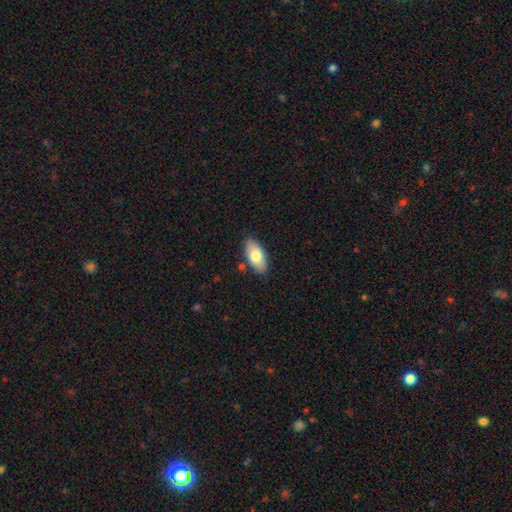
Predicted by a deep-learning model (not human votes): smooth-or-featured: smooth: 78% | featured or disk: 16% | star or artifact: 6%
  how-rounded: in between: 91% | cigar-shaped: 6% | round: 2%
  merging: none: 85% | minor disturbance: 11% | merger: 3% | major disturbance: 2%